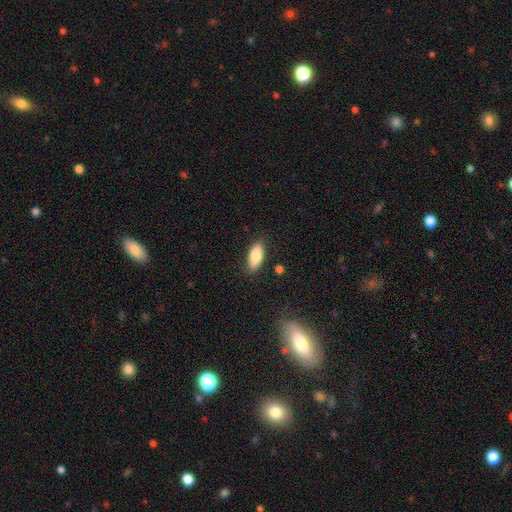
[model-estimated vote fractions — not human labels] Smooth or featured? smooth (83%)
How rounded? in between (85%)
Merging? none (85%)